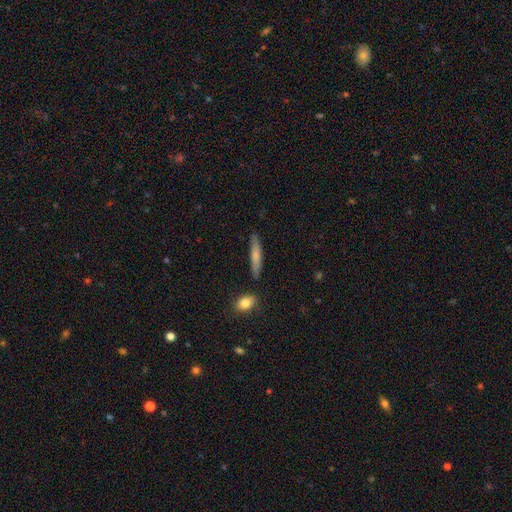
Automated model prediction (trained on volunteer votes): Smooth or featured: smooth — 71% (featured or disk — 23%)
How rounded: cigar-shaped — 89% (in between — 9%)
Merging: none — 84% (minor disturbance — 11%)